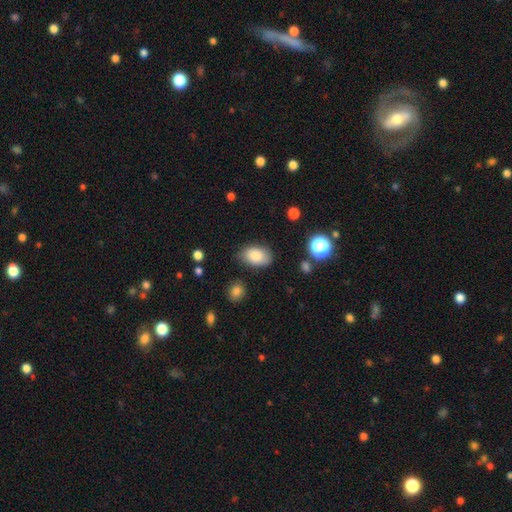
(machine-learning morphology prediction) Q: Smooth or featured?
A: smooth (83%); runner-up: featured or disk (9%)
Q: How rounded?
A: in between (89%); runner-up: round (10%)
Q: Merging?
A: none (78%); runner-up: minor disturbance (16%)